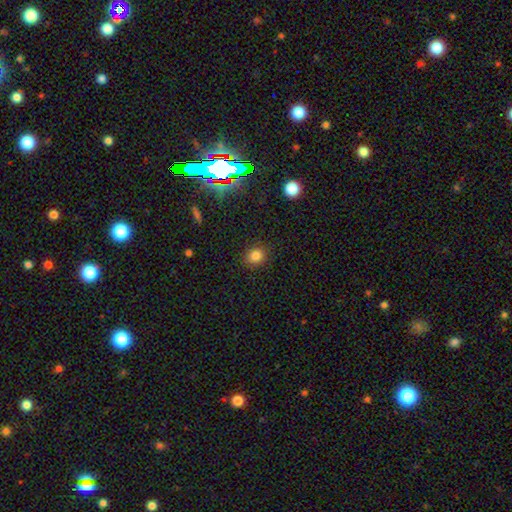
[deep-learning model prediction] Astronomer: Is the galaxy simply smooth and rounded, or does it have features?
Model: smooth — 81%.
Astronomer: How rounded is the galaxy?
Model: round — 78%.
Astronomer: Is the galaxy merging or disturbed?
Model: none — 89%.